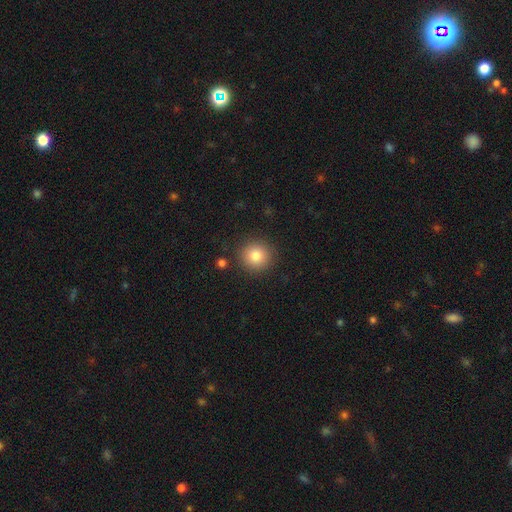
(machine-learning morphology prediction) This is clearly a smooth galaxy (82%). How rounded: clearly round (93%). Merging: clearly none (89%).